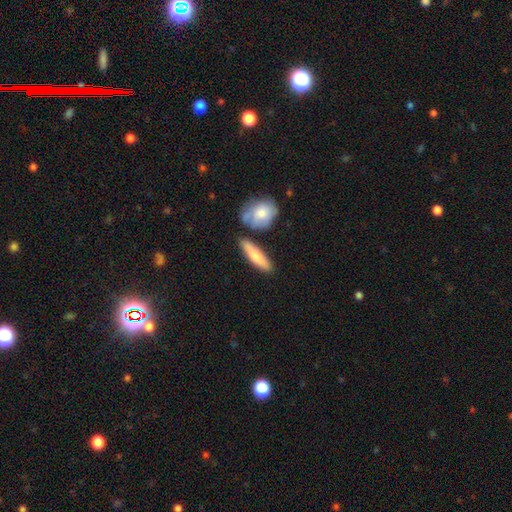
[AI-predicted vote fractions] A smooth galaxy with no disk features (75%) that is cigar-shaped (63%).

Vote fractions:
- Smooth or featured? smooth: 75% / featured or disk: 20% / star or artifact: 5%
- How rounded? cigar-shaped: 63% / in between: 34% / round: 3%
- Merging? none: 74% / minor disturbance: 12% / merger: 10% / major disturbance: 3%